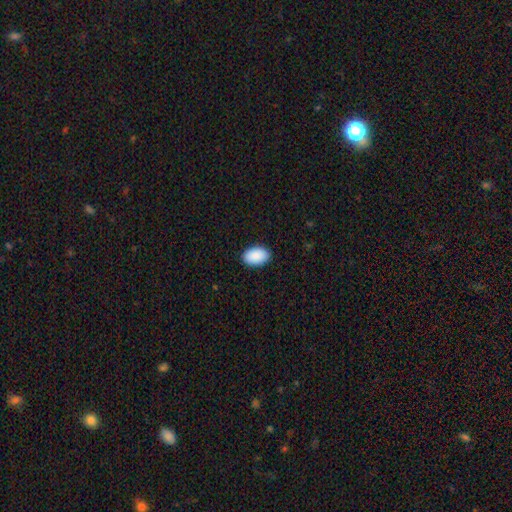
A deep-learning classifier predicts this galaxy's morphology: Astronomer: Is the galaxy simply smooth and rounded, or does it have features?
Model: smooth — 91%.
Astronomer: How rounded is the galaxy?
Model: in between — 93%.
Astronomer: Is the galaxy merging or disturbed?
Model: none — 89%.